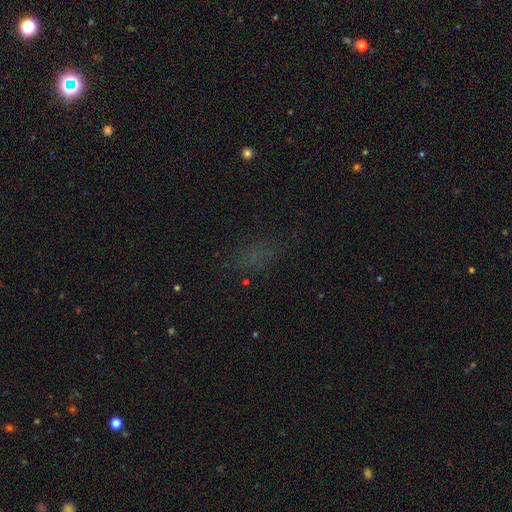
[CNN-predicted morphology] Q: Smooth or featured?
A: smooth (50%); runner-up: star or artifact (38%)
Q: Merging?
A: none (70%); runner-up: minor disturbance (16%)